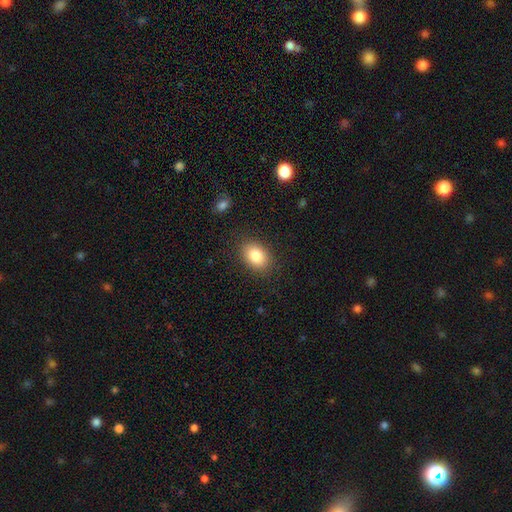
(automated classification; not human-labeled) A smooth galaxy with no disk features (83%) that is in between round and cigar-shaped (78%). Merging: none (86%).